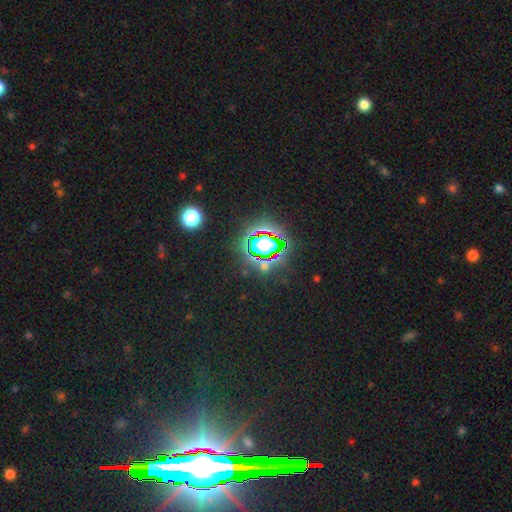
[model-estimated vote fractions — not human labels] smooth-or-featured: star or artifact: 83% | smooth: 10% | featured or disk: 7%